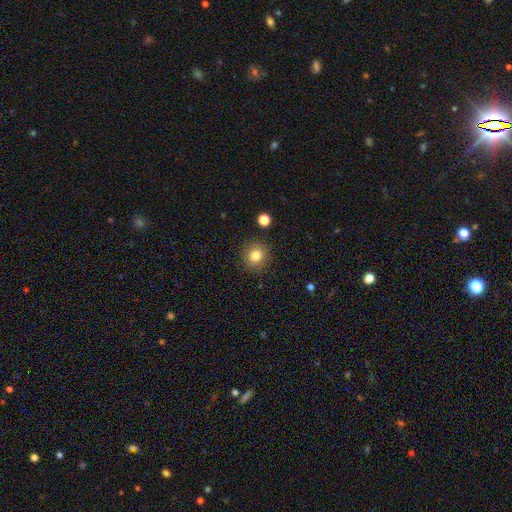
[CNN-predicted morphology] Q: Smooth or featured?
A: smooth (81%); runner-up: star or artifact (11%)
Q: How rounded?
A: round (80%); runner-up: in between (19%)
Q: Merging?
A: none (88%); runner-up: minor disturbance (8%)